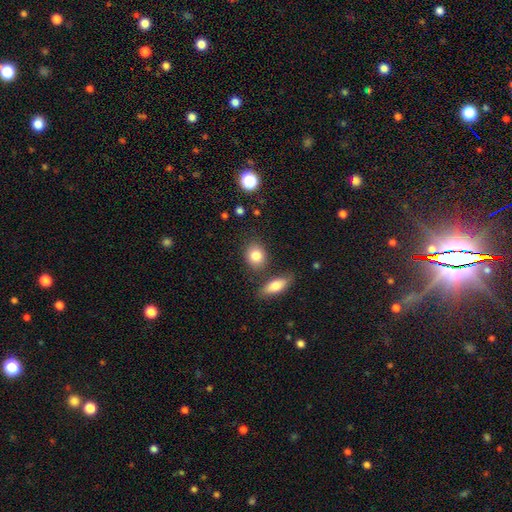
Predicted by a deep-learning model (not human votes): A smooth galaxy with no disk features (84%) that is round (56%).

Vote fractions:
- Smooth or featured? smooth: 84% / star or artifact: 8% / featured or disk: 8%
- How rounded? round: 56% / in between: 42% / cigar-shaped: 2%
- Merging? none: 74% / minor disturbance: 12% / merger: 10% / major disturbance: 4%